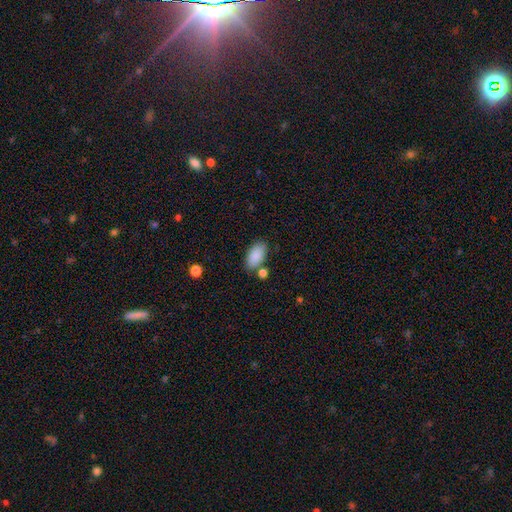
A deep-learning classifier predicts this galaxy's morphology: This is clearly a smooth galaxy (89%). How rounded: clearly in between (93%). Merging: likely none (74%).